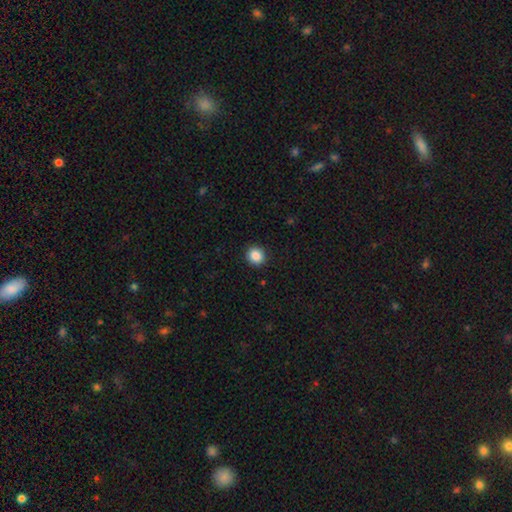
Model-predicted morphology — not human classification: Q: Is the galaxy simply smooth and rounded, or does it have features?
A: smooth — 88%.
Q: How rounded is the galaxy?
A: round — 89%.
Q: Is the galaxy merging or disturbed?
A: none — 92%.